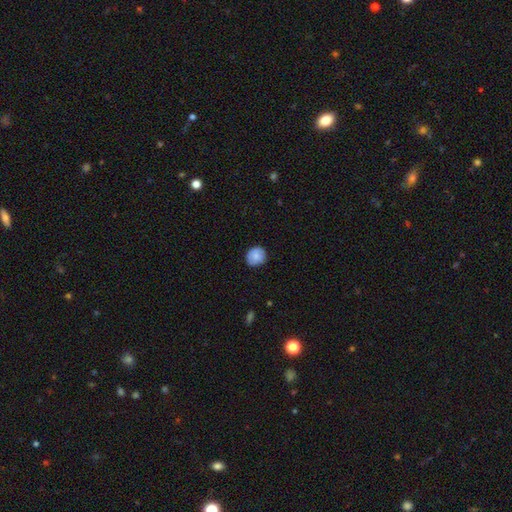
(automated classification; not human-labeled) Morphology: type=smooth (83%); roundness=round (86%); merging=none (82%).